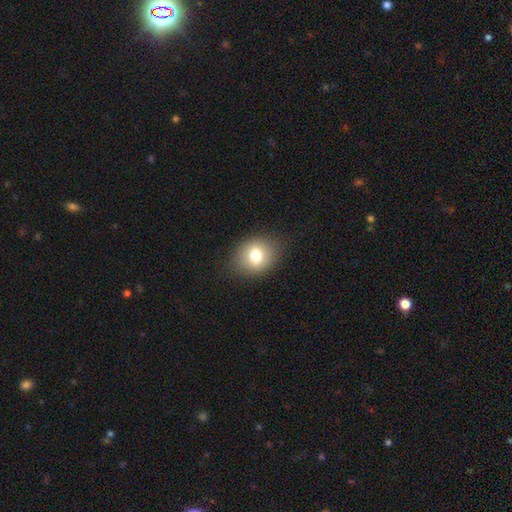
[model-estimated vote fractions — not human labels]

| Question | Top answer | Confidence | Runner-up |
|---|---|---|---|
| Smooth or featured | smooth | 75% | featured or disk (15%) |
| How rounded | in between | 53% | round (46%) |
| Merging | none | 82% | minor disturbance (13%) |